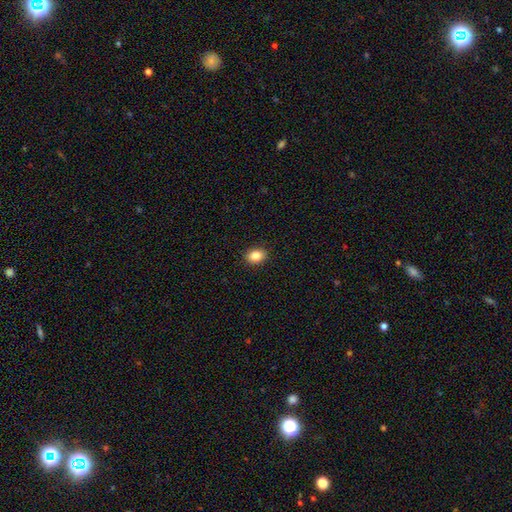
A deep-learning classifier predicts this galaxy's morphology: Smooth or featured? Predicted: smooth (p=0.85). How rounded? Predicted: in between (p=0.58). Merging? Predicted: none (p=0.91).